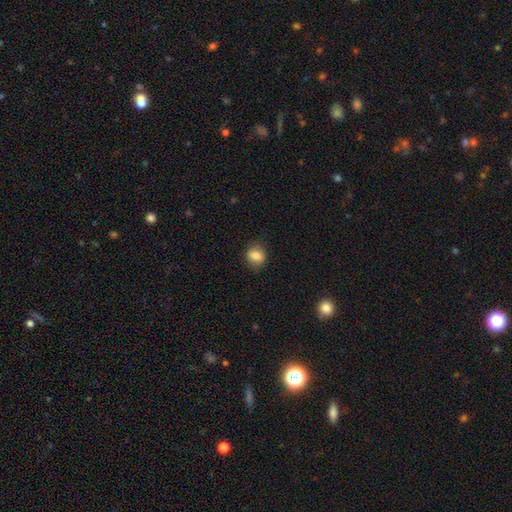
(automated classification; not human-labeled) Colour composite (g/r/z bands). It shows a smooth galaxy with no disk features (81%) that is round (68%). Merging: none (83%).